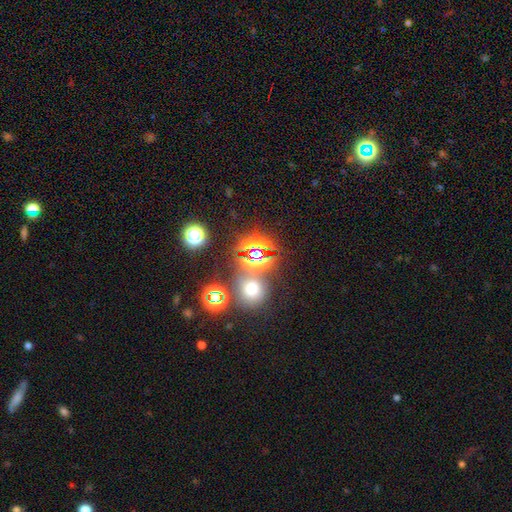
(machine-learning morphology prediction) smooth-or-featured: star or artifact: 63% | smooth: 29% | featured or disk: 8%